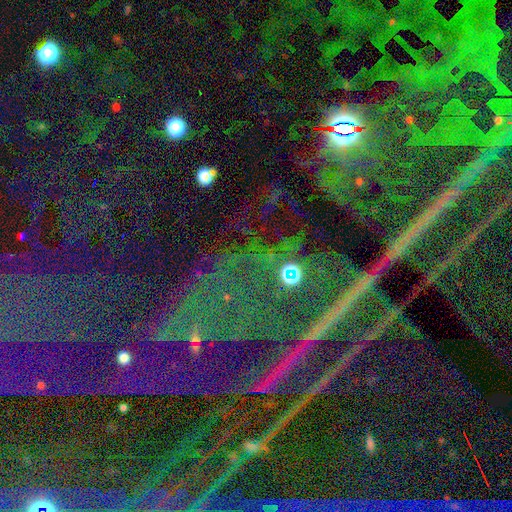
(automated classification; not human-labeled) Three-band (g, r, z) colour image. It shows a star or artifact, not a galaxy (85%).